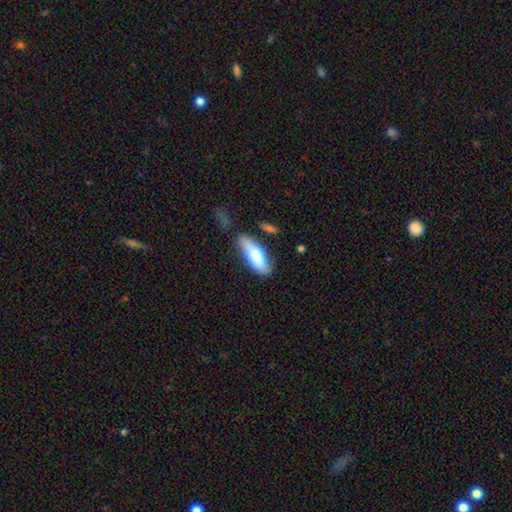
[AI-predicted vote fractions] This appears to be a smooth galaxy with no disk features (72%) that is in between round and cigar-shaped (63%). Merging: none (70%).